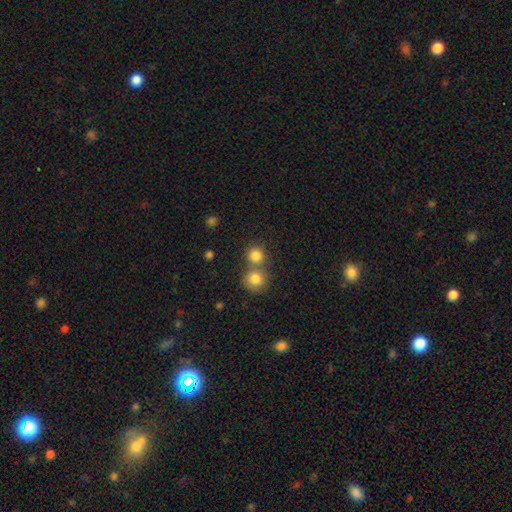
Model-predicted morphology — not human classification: Smooth or featured?
  - smooth: 82% *
  - star or artifact: 12%
  - featured or disk: 6%
How rounded?
  - round: 88% *
  - in between: 11%
  - cigar-shaped: 1%
Merging?
  - none: 54% *
  - merger: 37%
  - minor disturbance: 6%
  - major disturbance: 3%